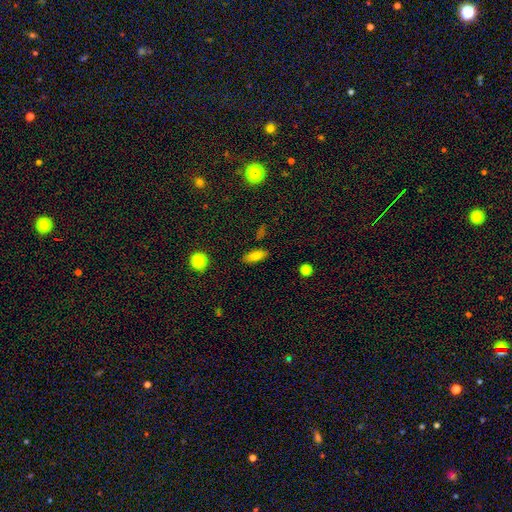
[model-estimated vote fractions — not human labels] Q: Smooth or featured?
A: smooth (79%); runner-up: star or artifact (12%)
Q: How rounded?
A: in between (80%); runner-up: cigar-shaped (15%)
Q: Merging?
A: none (84%); runner-up: minor disturbance (11%)